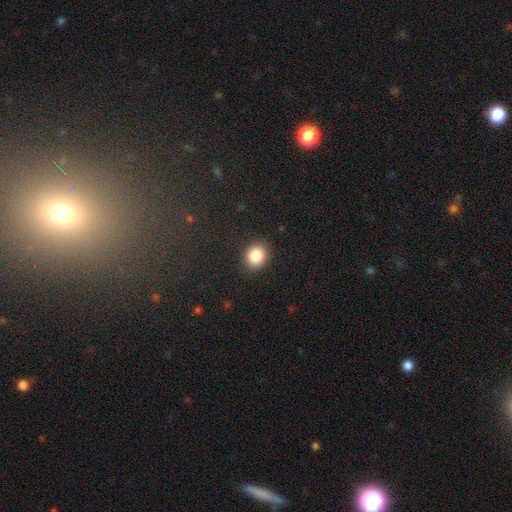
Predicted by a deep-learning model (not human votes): Smooth or featured? smooth (85%)
How rounded? round (69%)
Merging? none (88%)